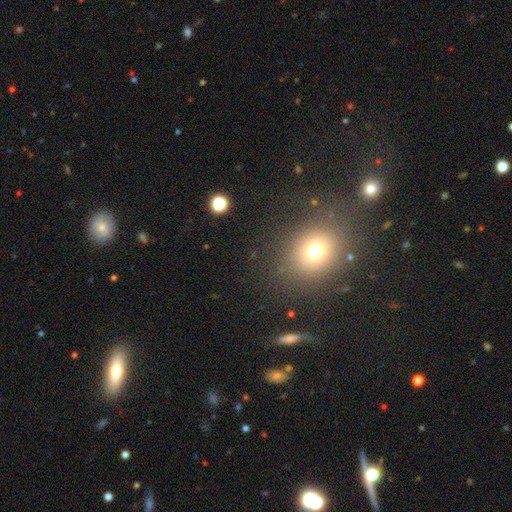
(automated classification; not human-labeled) smooth_or_featured: smooth (p=0.59) [alt: star or artifact p=0.29]
how_rounded: round (p=0.60) [alt: in between p=0.38]
merging: none (p=0.81) [alt: minor disturbance p=0.10]